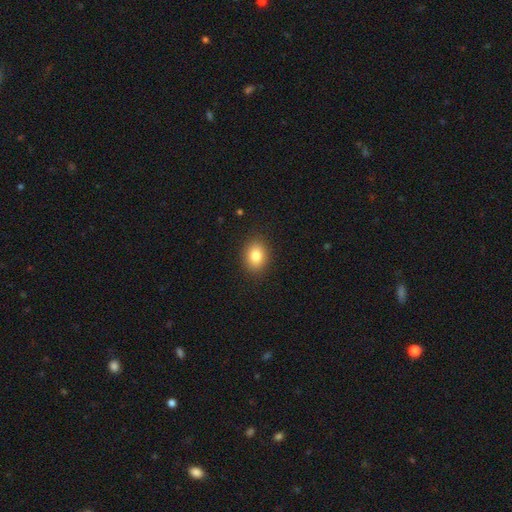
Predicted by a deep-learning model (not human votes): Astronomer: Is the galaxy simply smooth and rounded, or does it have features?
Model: smooth — 83%.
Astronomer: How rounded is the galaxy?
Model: in between — 62% (runner-up: round, 37%).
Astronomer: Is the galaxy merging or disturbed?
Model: none — 89%.